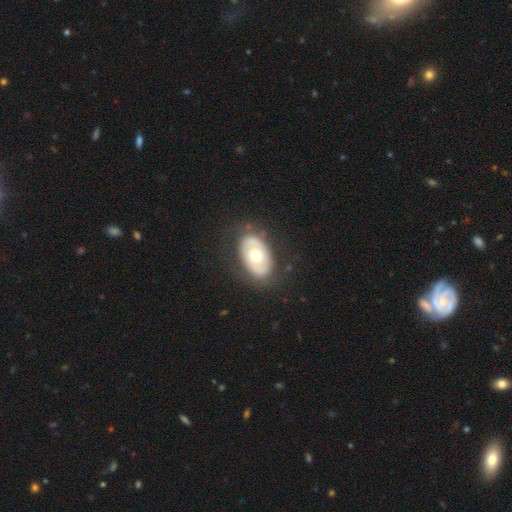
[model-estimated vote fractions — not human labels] Morphology: type=smooth (47%, tied with featured or disk); merging=none (81%).